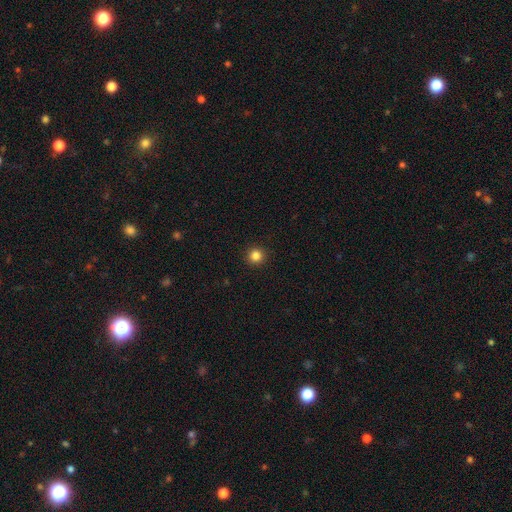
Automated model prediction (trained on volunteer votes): A smooth galaxy with no disk features (84%) that is round (95%).

Vote fractions:
- Smooth or featured? smooth: 84% / star or artifact: 12% / featured or disk: 4%
- How rounded? round: 95% / in between: 4% / cigar-shaped: 1%
- Merging? none: 93% / minor disturbance: 4% / major disturbance: 2% / merger: 1%